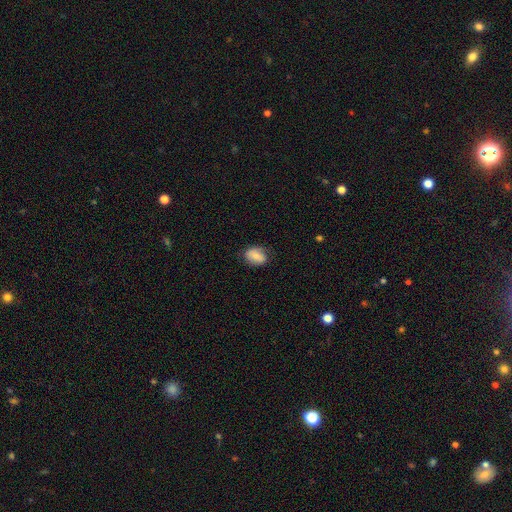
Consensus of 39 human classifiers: A smooth galaxy with no disk features (79%) that is in between round and cigar-shaped (74%). Merging: none (62%).